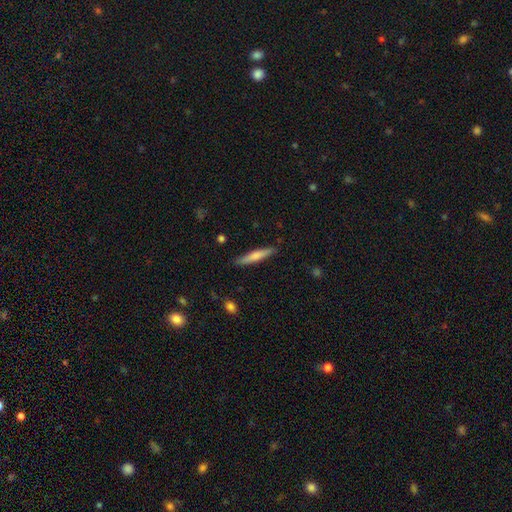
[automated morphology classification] A smooth galaxy with no disk features (65%) that is cigar-shaped (92%). Merging: none (87%).